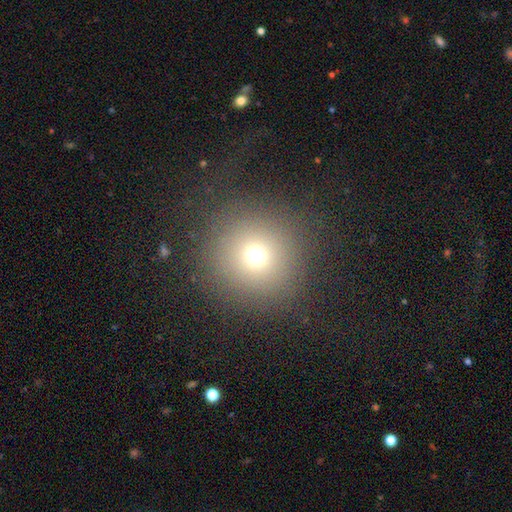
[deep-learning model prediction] Smooth or featured: smooth — 70% (star or artifact — 20%)
How rounded: round — 95% (in between — 4%)
Merging: none — 87% (minor disturbance — 7%)